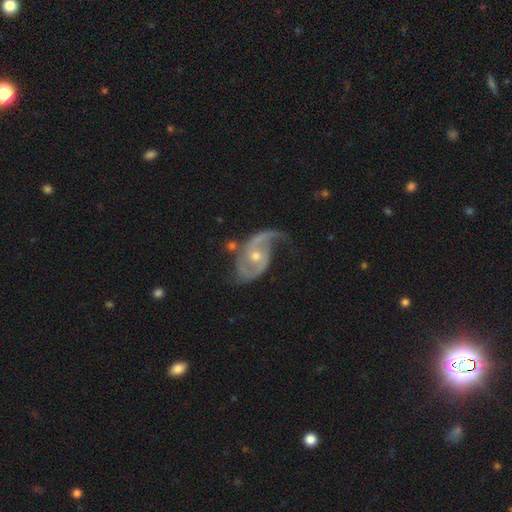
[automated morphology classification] Smooth or featured? featured or disk (89%)
Edge-on disk? no (97%)
Bar? no (59%)
Spiral arms? yes (95%)
Spiral winding? medium (44%)
Spiral arm count? 2 (80%)
Bulge size? moderate (59%)
Merging? none (48%)